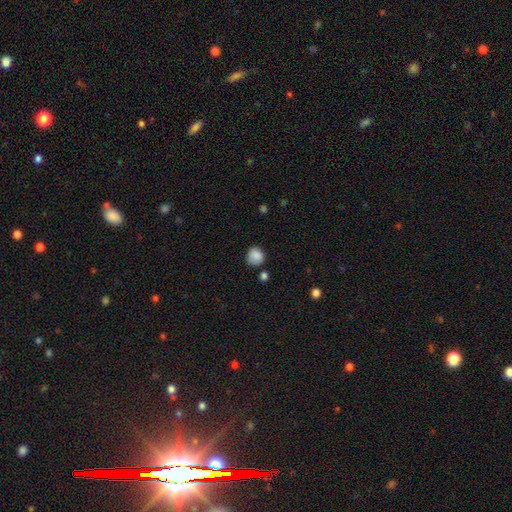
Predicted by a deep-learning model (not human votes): Q: Smooth or featured?
A: smooth (87%); runner-up: star or artifact (9%)
Q: How rounded?
A: round (88%); runner-up: in between (11%)
Q: Merging?
A: none (77%); runner-up: minor disturbance (16%)